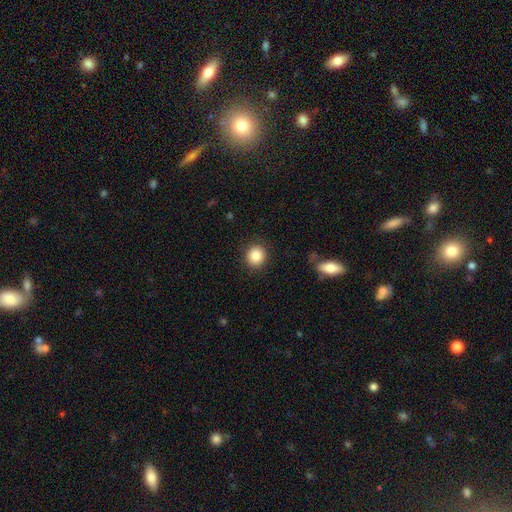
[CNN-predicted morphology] smooth_or_featured: smooth (p=0.86) [alt: star or artifact p=0.09]
how_rounded: round (p=0.86) [alt: in between p=0.13]
merging: none (p=0.89) [alt: minor disturbance p=0.07]